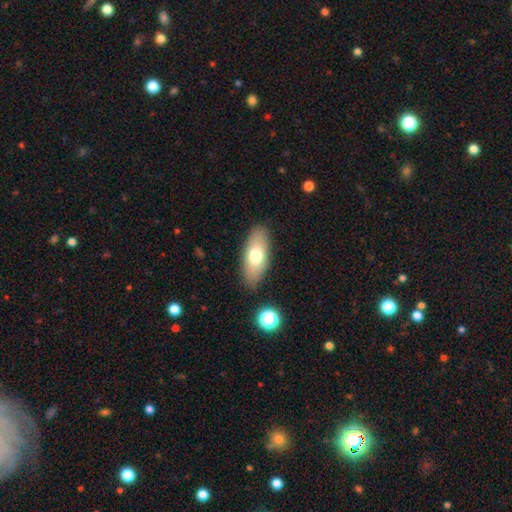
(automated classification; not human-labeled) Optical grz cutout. It shows a smooth galaxy with no disk features (69%) that is in between round and cigar-shaped (80%). Merging: none (85%).